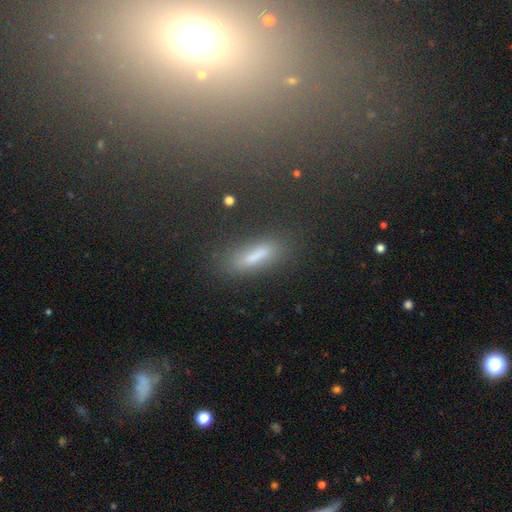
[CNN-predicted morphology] smooth 66%, featured or disk 20%, star or artifact 14%. Down the decision tree: how rounded — cigar-shaped (69%); merging — none (75%).